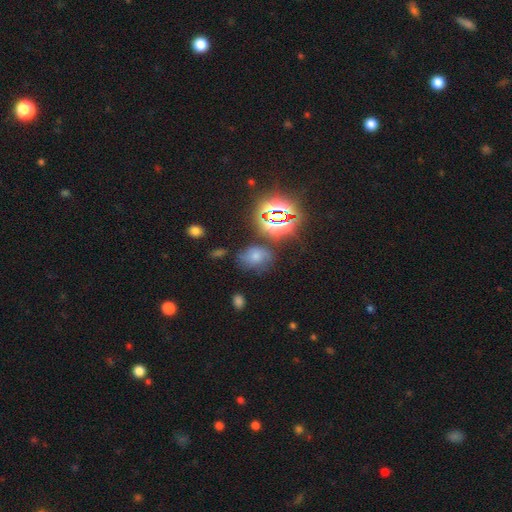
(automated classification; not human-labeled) This is possibly a star or artifact rather than a galaxy (47%).